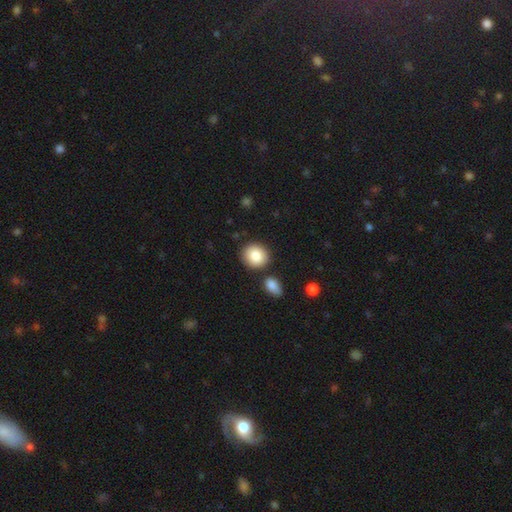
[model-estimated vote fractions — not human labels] Smooth or featured? Predicted: smooth (p=0.86). How rounded? Predicted: round (p=0.82). Merging? Predicted: none (p=0.81).